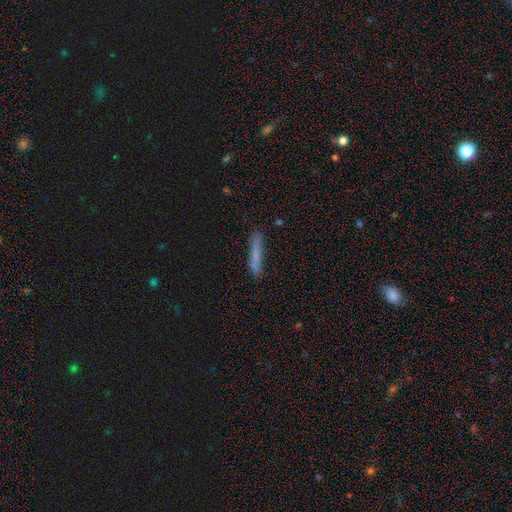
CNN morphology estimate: The model was most divided on "smooth or featured": smooth: 68%, featured or disk: 23%, star or artifact: 9%. More confident: how rounded — cigar-shaped (93%); merging — none (75%).